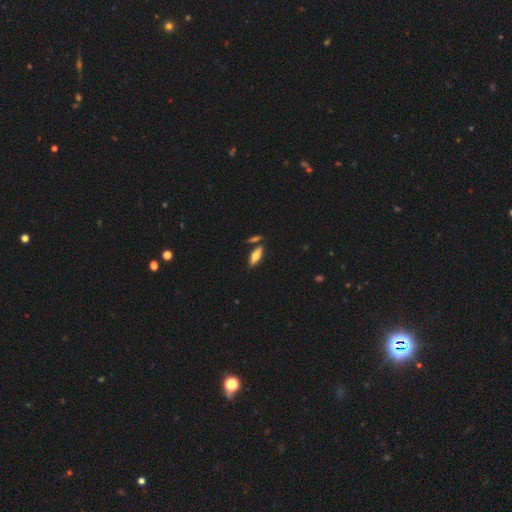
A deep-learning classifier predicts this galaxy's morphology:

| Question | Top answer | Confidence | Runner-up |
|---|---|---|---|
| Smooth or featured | smooth | 66% | featured or disk (28%) |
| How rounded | in between | 65% | cigar-shaped (33%) |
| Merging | none | 77% | minor disturbance (10%) |